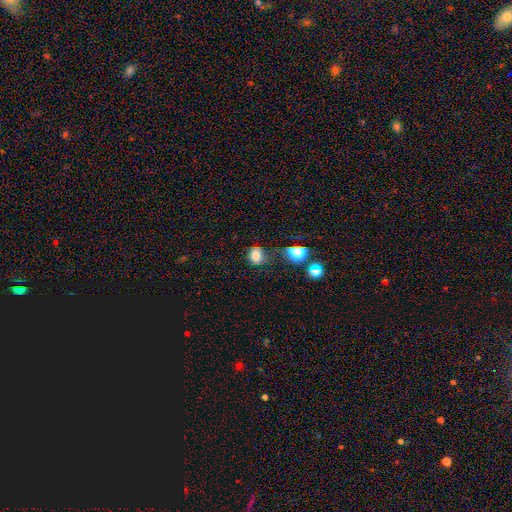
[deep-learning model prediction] A smooth galaxy with no disk features (76%) that is round (58%). Merging: none (58%).